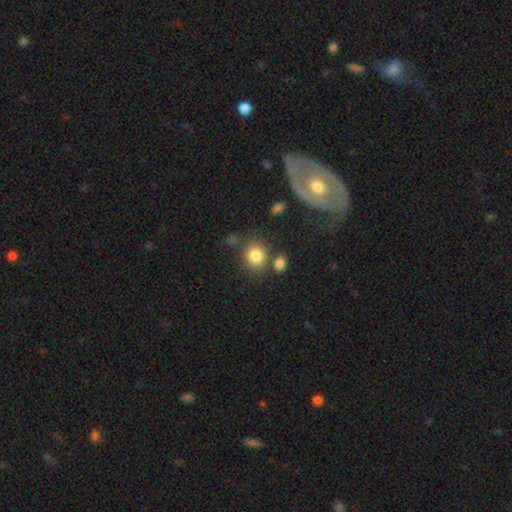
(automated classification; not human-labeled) A smooth galaxy with no disk features (83%) that is round (77%).

Vote fractions:
- Smooth or featured? smooth: 83% / star or artifact: 10% / featured or disk: 8%
- How rounded? round: 77% / in between: 22% / cigar-shaped: 1%
- Merging? none: 70% / merger: 14% / minor disturbance: 12% / major disturbance: 5%